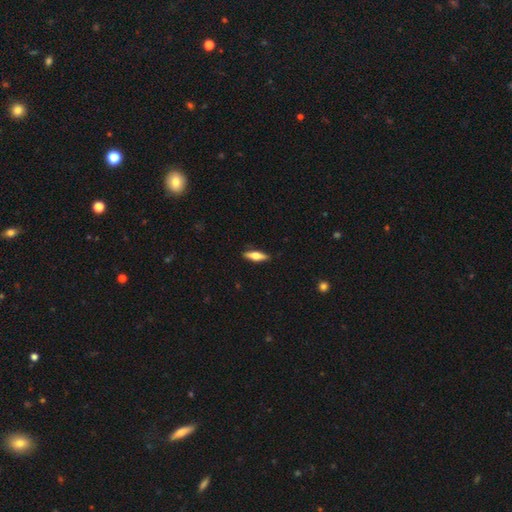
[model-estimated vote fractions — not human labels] Smooth or featured? smooth (50%)
Merging? none (89%)